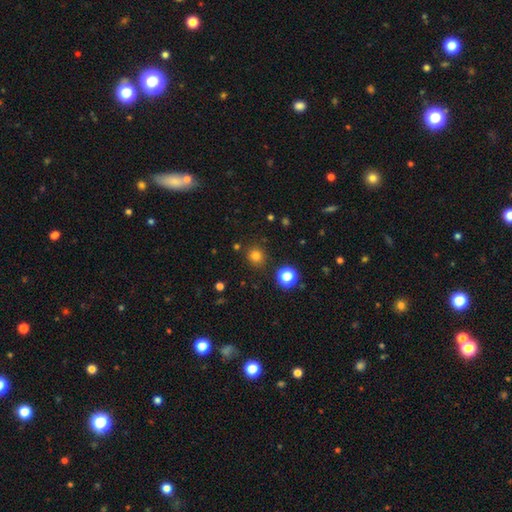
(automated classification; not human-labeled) Smooth or featured? smooth (78%)
How rounded? round (90%)
Merging? none (86%)